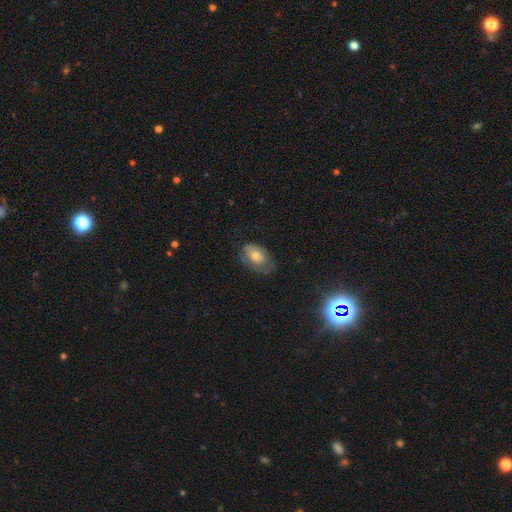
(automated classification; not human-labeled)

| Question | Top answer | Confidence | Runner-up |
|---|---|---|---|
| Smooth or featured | smooth | 55% | featured or disk (36%) |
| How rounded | in between | 89% | round (9%) |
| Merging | none | 56% | minor disturbance (28%) |